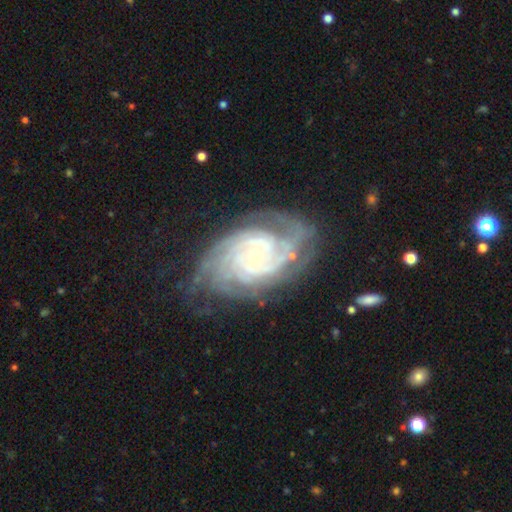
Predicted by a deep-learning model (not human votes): featured or disk 90%, star or artifact 5%, smooth 4%. Down the decision tree: edge-on disk — no (97%); bar — no (71%); spiral arms — yes (98%); spiral arm count — can't tell (24%); spiral winding — tight (77%); bulge size — small (71%); merging — none (70%).